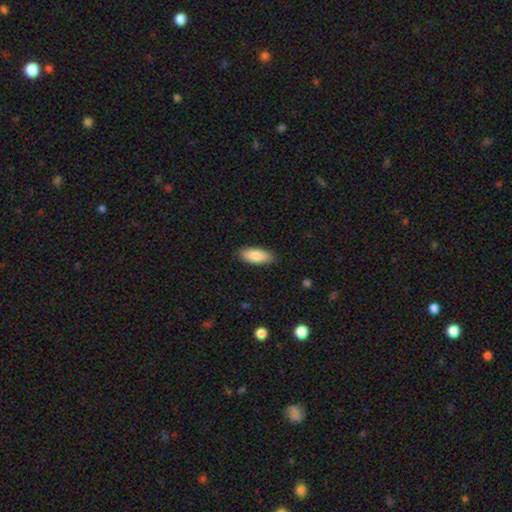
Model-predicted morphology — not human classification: Overall: smooth (85%). How rounded: in between (80%). Merging: none (88%).